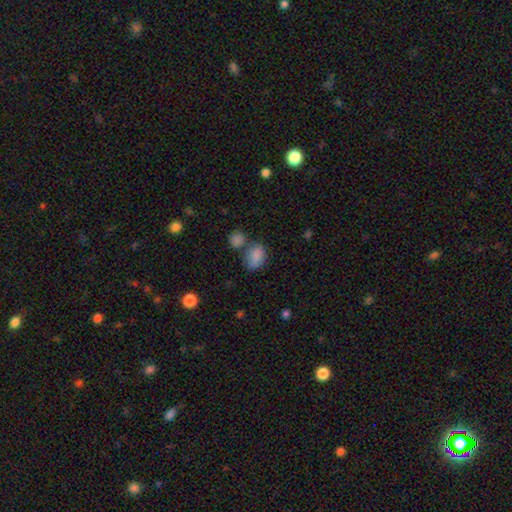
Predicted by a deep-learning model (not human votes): smooth 84%, star or artifact 10%, featured or disk 6%. Down the decision tree: how rounded — in between (77%); merging — none (54%).